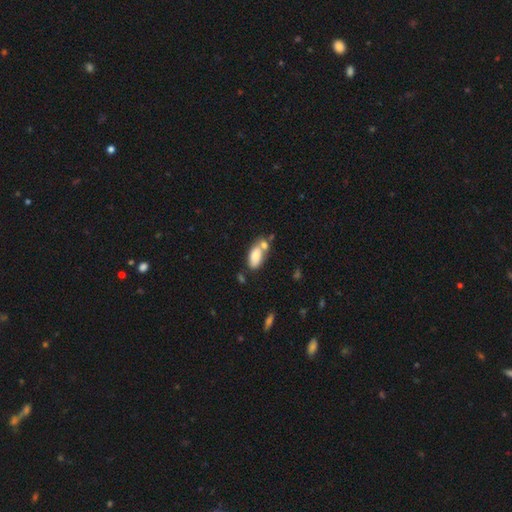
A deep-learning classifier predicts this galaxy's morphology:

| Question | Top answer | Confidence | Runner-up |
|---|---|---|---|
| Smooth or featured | smooth | 79% | featured or disk (13%) |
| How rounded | in between | 90% | cigar-shaped (6%) |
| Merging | none | 44% | merger (33%) |